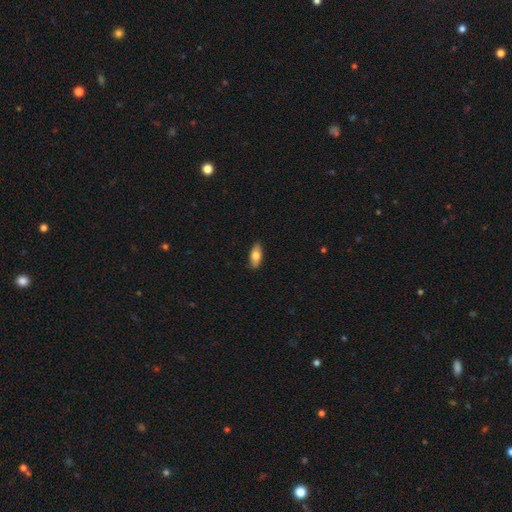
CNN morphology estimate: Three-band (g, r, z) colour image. It shows a smooth galaxy with no disk features (76%) that is in between round and cigar-shaped (83%). Merging: none (88%).